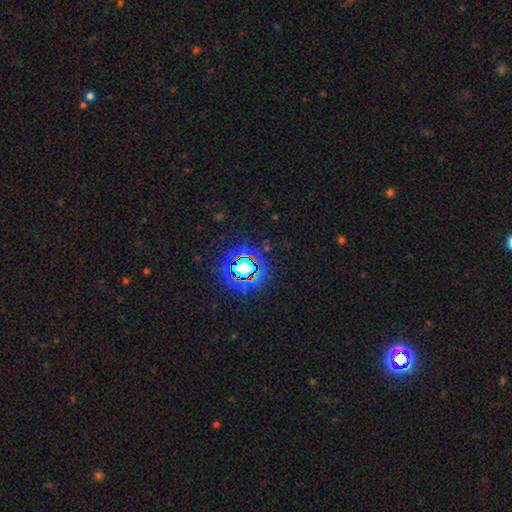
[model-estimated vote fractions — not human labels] A star or artifact, not a galaxy (81%).

Vote fractions:
- Smooth or featured? star or artifact: 81% / smooth: 12% / featured or disk: 7%